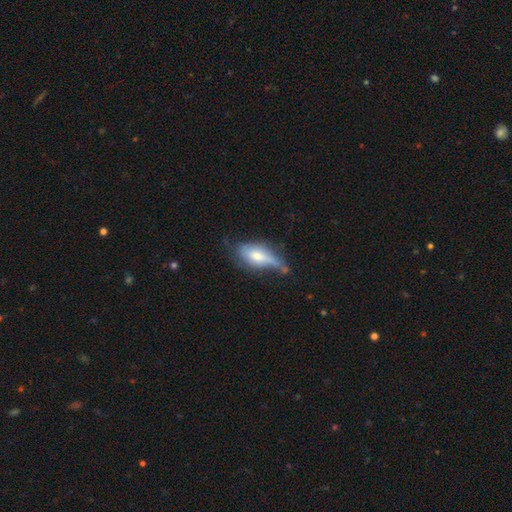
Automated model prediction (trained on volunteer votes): The model was most divided on "merging": minor disturbance: 36%, none: 34%, major disturbance: 21%, merger: 8%. More confident: how rounded — in between (77%); smooth or featured — smooth (58%).